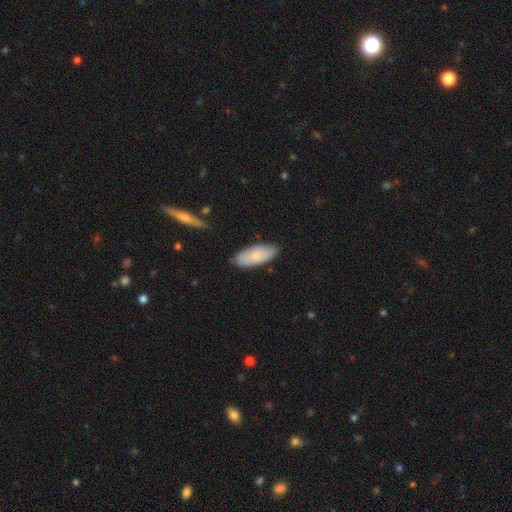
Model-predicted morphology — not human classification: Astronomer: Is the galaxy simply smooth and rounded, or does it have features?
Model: smooth — 79%.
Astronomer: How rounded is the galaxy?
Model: in between — 84%.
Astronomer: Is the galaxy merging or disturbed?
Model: none — 81%.